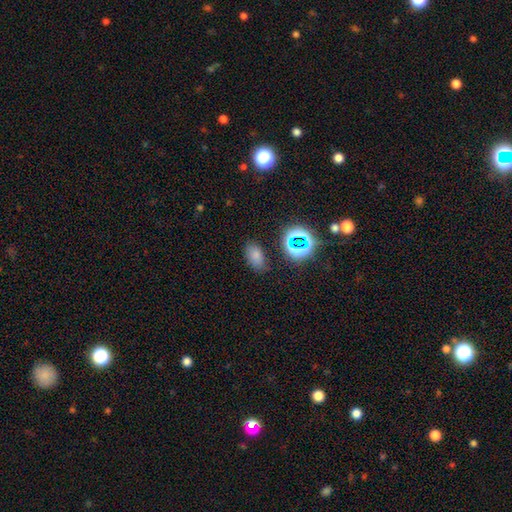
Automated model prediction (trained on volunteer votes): The model was most divided on "smooth or featured": smooth: 70%, star or artifact: 22%, featured or disk: 8%. More confident: how rounded — in between (88%); merging — none (79%).